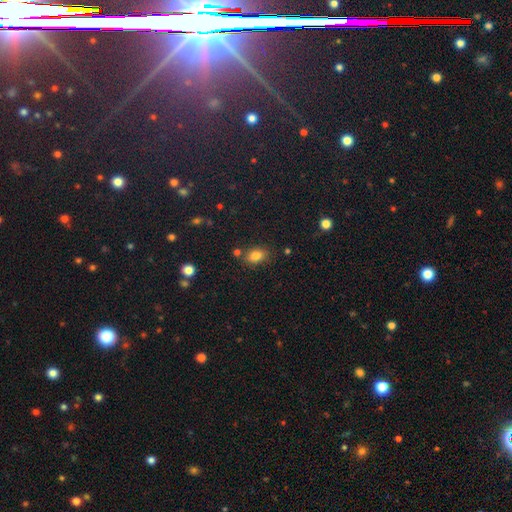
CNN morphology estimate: Q: Smooth or featured?
A: smooth (81%); runner-up: star or artifact (11%)
Q: How rounded?
A: in between (79%); runner-up: round (19%)
Q: Merging?
A: none (77%); runner-up: minor disturbance (13%)